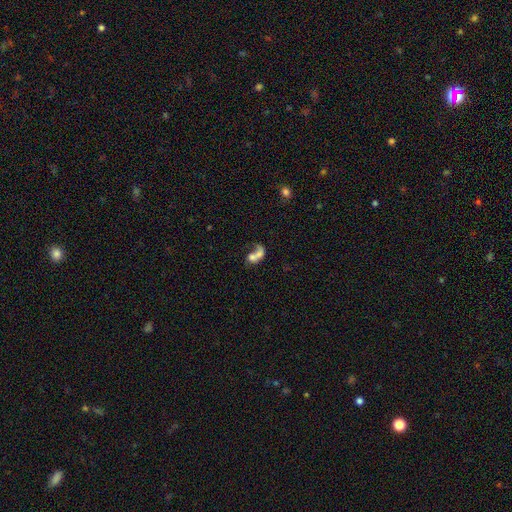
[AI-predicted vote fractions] A smooth galaxy with no disk features (52%) that is in between round and cigar-shaped (69%). Merging: merger (66%).